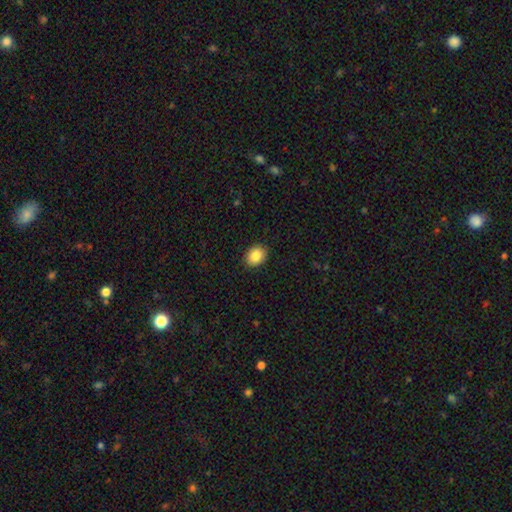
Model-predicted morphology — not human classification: Smooth or featured? Predicted: smooth (p=0.86). How rounded? Predicted: round (p=0.50). Merging? Predicted: none (p=0.90).